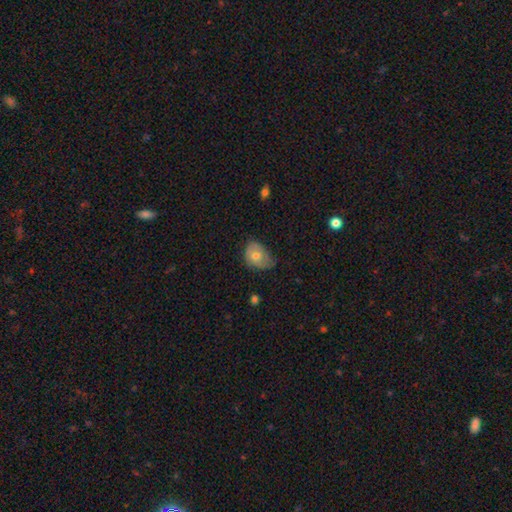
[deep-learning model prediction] Smooth or featured? smooth (67%)
How rounded? in between (68%)
Merging? minor disturbance (42%, tied with none)